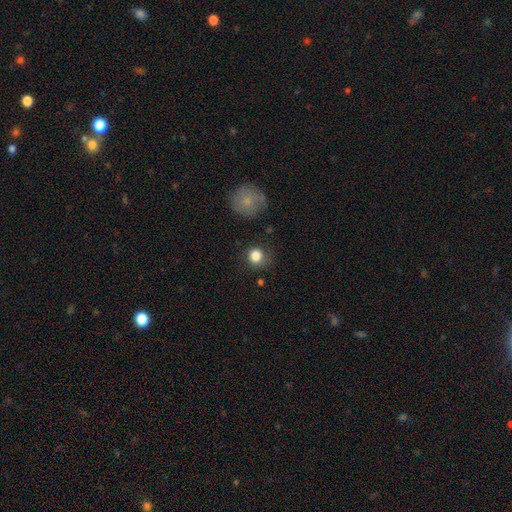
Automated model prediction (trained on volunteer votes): Q: Smooth or featured?
A: smooth (84%); runner-up: star or artifact (10%)
Q: How rounded?
A: round (89%); runner-up: in between (10%)
Q: Merging?
A: none (74%); runner-up: minor disturbance (16%)